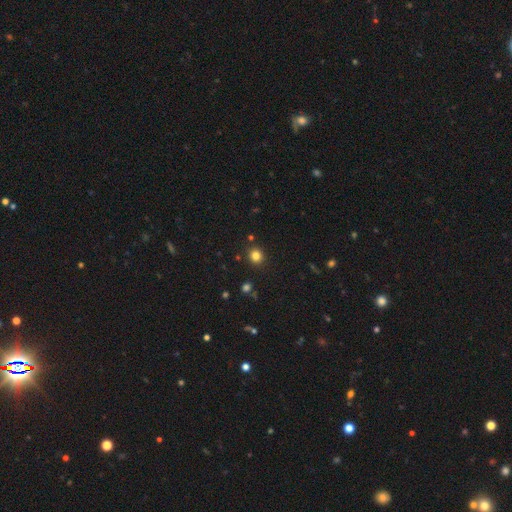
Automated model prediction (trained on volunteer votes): Morphology: type=smooth (81%); roundness=round (87%); merging=none (90%).